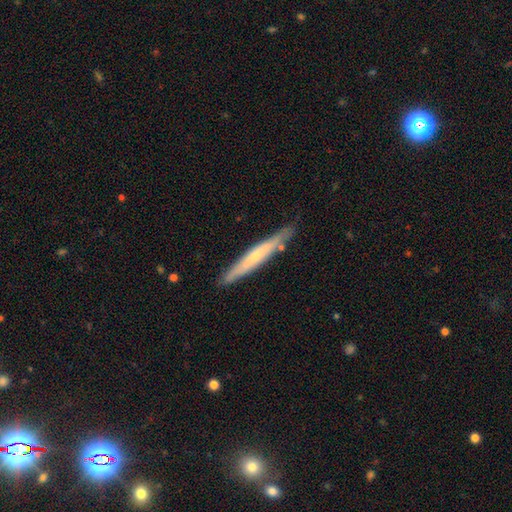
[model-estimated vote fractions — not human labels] Smooth or featured?
  - featured or disk: 57% *
  - smooth: 36%
  - star or artifact: 8%
Edge-on disk?
  - yes: 91% *
  - no: 9%
Edge-on bulge?
  - rounded: 49% *
  - none: 45%
  - boxy: 6%
Merging?
  - none: 86% *
  - minor disturbance: 11%
  - major disturbance: 2%
  - merger: 1%